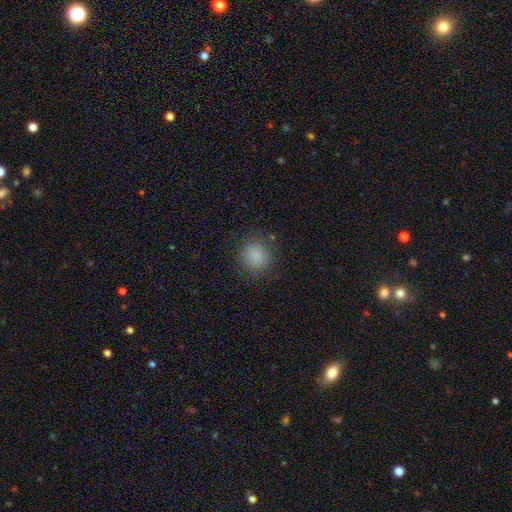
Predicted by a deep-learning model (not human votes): smooth_or_featured: smooth (p=0.86) [alt: star or artifact p=0.10]
how_rounded: round (p=0.89) [alt: in between p=0.10]
merging: none (p=0.86) [alt: minor disturbance p=0.09]